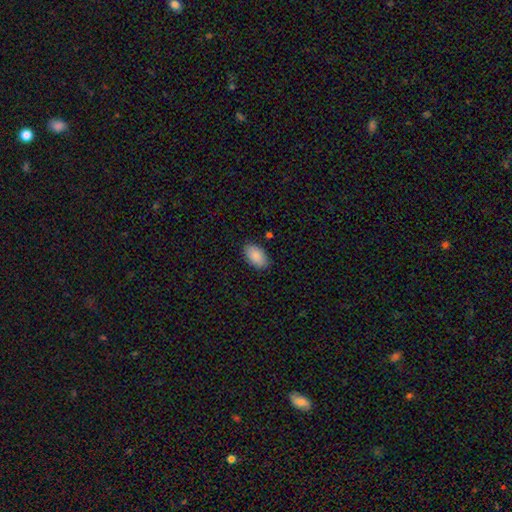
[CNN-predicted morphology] This is clearly a smooth galaxy (89%). How rounded: clearly in between (94%). Merging: clearly none (86%).